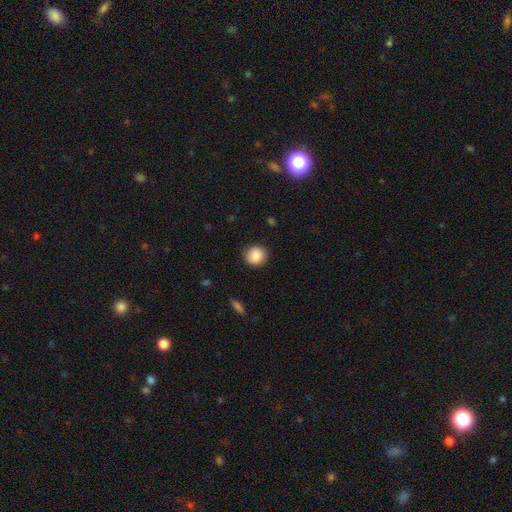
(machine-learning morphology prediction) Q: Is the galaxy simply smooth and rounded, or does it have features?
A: smooth — 87%.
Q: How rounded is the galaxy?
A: round — 85%.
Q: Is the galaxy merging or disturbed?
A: none — 87%.